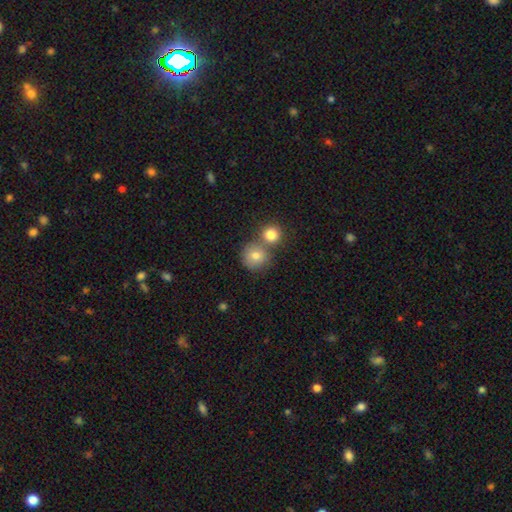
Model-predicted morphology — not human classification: Smooth or featured: smooth — 79% (star or artifact — 11%)
How rounded: round — 89% (in between — 10%)
Merging: none — 52% (merger — 37%)